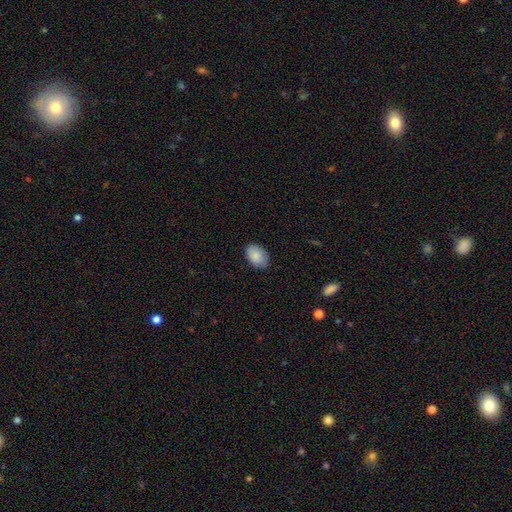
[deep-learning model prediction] Smooth or featured: smooth — 87% (star or artifact — 7%)
How rounded: in between — 86% (round — 13%)
Merging: none — 82% (minor disturbance — 15%)